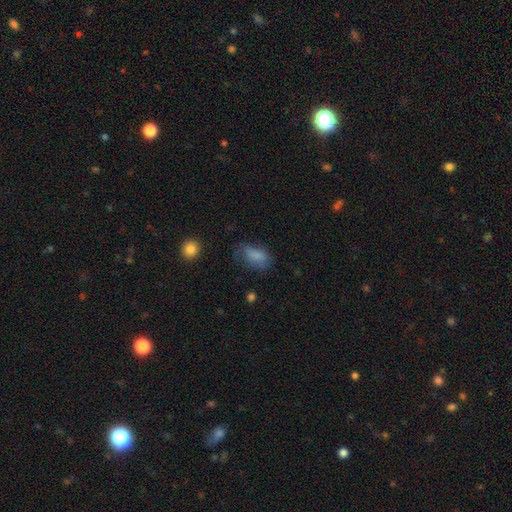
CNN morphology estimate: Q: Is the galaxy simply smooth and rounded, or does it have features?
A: smooth — 76%.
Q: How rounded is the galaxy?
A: in between — 87%.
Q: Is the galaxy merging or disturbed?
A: none — 46%.